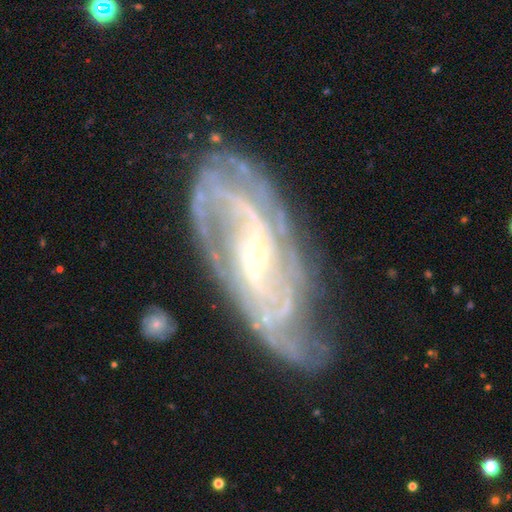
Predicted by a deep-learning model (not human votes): Smooth or featured: featured or disk — 89% (star or artifact — 6%)
Edge-on disk: no — 94% (yes — 6%)
Bar: weak — 41% (no — 32%)
Spiral arms: yes — 95% (no — 5%)
Spiral winding: medium — 42% (tight — 41%)
Spiral arm count: 2 — 44% (can't tell — 24%)
Bulge size: small — 78% (moderate — 18%)
Merging: none — 63% (minor disturbance — 22%)